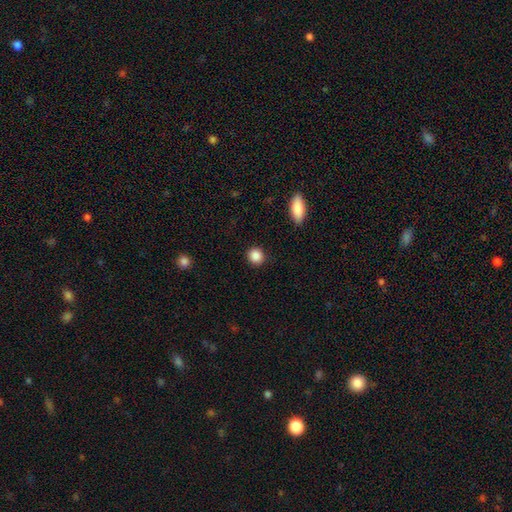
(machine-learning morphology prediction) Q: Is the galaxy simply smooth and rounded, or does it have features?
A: smooth — 88%.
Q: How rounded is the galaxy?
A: round — 86%.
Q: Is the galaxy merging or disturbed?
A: none — 90%.